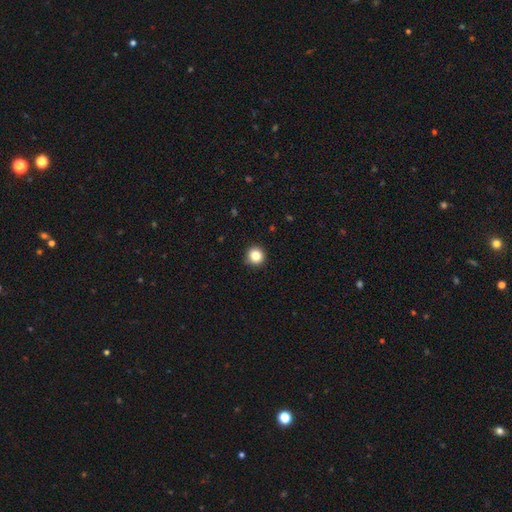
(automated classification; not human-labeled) Smooth or featured?
  - smooth: 84% *
  - star or artifact: 11%
  - featured or disk: 5%
How rounded?
  - round: 95% *
  - in between: 5%
  - cigar-shaped: 1%
Merging?
  - none: 91% *
  - minor disturbance: 7%
  - major disturbance: 2%
  - merger: 1%